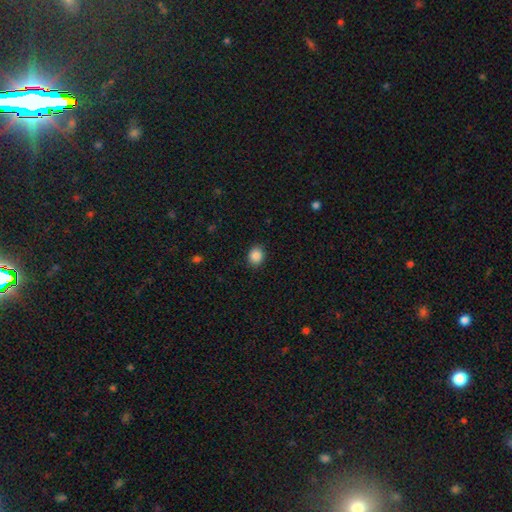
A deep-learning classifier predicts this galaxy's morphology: smooth-or-featured: smooth: 88% | star or artifact: 9% | featured or disk: 3%
  how-rounded: round: 61% | in between: 38% | cigar-shaped: 1%
  merging: none: 89% | minor disturbance: 7% | major disturbance: 2% | merger: 1%